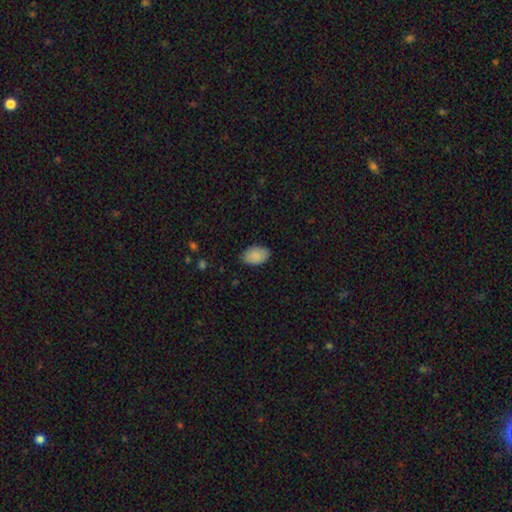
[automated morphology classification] type=smooth (88%); roundness=in between (91%); merging=none (82%).